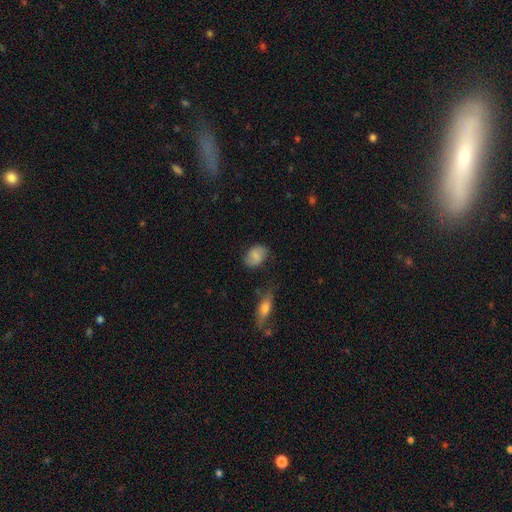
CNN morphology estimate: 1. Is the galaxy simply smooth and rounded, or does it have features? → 77% smooth, 16% featured or disk, 8% star or artifact.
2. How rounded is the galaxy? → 75% in between, 23% round, 2% cigar-shaped.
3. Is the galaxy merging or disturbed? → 75% none, 17% minor disturbance, 4% major disturbance, 3% merger.